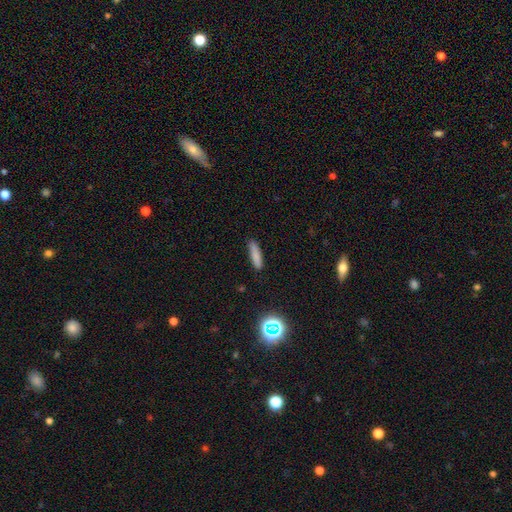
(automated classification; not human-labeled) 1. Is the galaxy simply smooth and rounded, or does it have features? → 82% smooth, 10% star or artifact, 8% featured or disk.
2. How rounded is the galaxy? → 76% cigar-shaped, 22% in between, 2% round.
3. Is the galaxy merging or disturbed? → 86% none, 10% minor disturbance, 2% major disturbance, 1% merger.